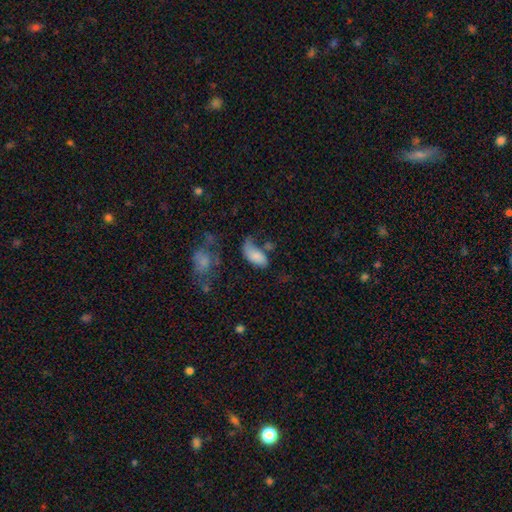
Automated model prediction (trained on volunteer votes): A smooth galaxy with no disk features (76%) that is in between round and cigar-shaped (92%). Merging: none (32%).